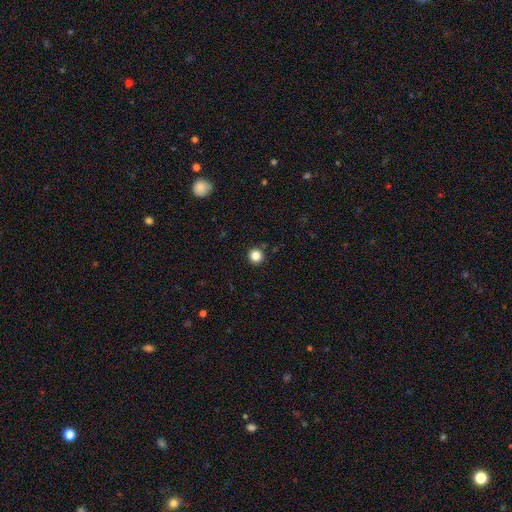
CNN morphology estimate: A smooth galaxy with no disk features (85%) that is round (95%).

Vote fractions:
- Smooth or featured? smooth: 85% / star or artifact: 12% / featured or disk: 4%
- How rounded? round: 95% / in between: 4% / cigar-shaped: 1%
- Merging? none: 92% / minor disturbance: 5% / major disturbance: 2% / merger: 2%